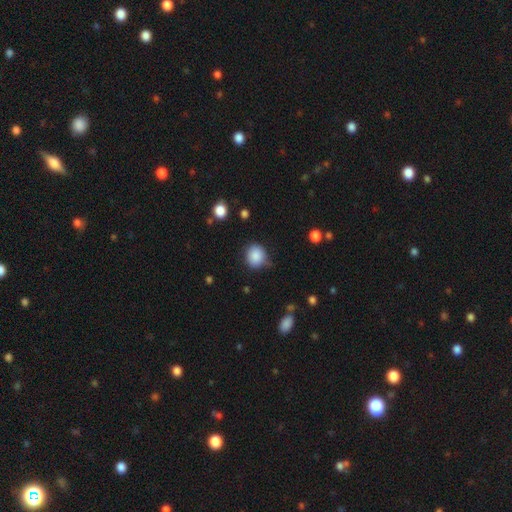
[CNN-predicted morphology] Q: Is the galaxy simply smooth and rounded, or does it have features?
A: smooth — 87%.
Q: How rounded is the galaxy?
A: round — 75%.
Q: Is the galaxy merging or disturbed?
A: none — 76%.